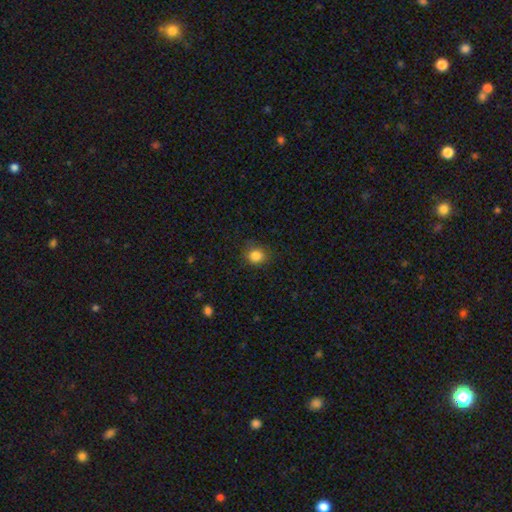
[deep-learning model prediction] Q: Smooth or featured?
A: smooth (85%); runner-up: star or artifact (11%)
Q: How rounded?
A: round (80%); runner-up: in between (19%)
Q: Merging?
A: none (84%); runner-up: minor disturbance (12%)